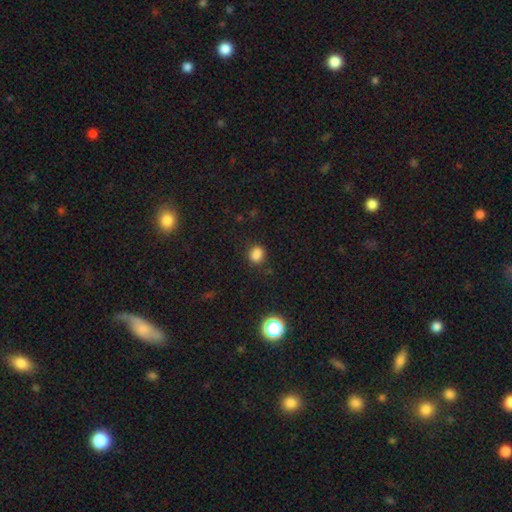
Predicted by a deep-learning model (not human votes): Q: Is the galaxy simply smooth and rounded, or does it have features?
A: smooth — 81%.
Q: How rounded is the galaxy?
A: round — 55%.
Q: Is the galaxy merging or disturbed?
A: none — 77%.